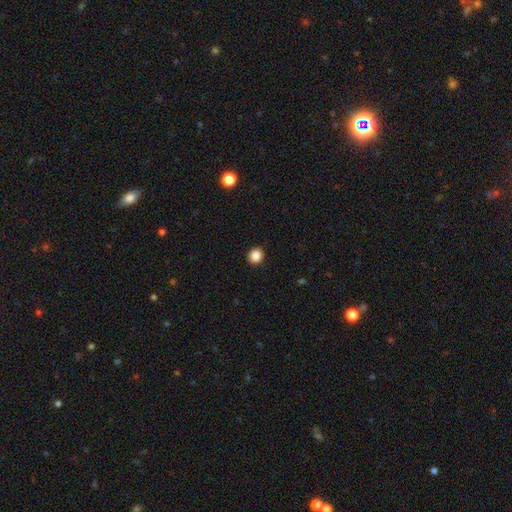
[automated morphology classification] Smooth or featured: smooth — 86% (star or artifact — 10%)
How rounded: round — 88% (in between — 11%)
Merging: none — 91% (minor disturbance — 6%)